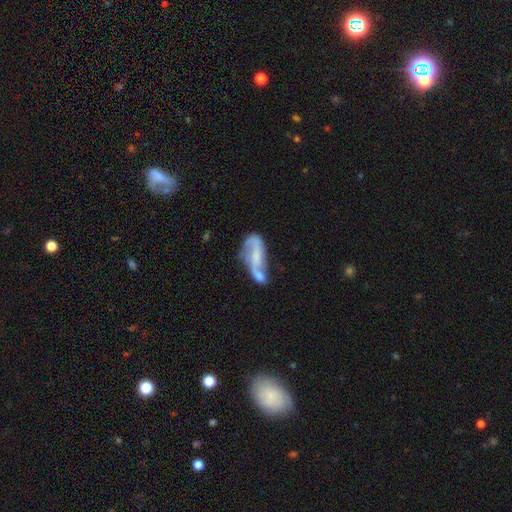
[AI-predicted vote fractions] Smooth or featured? Predicted: featured or disk (p=0.63). Edge-on disk? Predicted: no (p=0.91). Bar? Predicted: no (p=0.50). Spiral arms? Predicted: yes (p=0.69). Bulge size? Predicted: none (p=0.43). Merging? Predicted: merger (p=0.41).